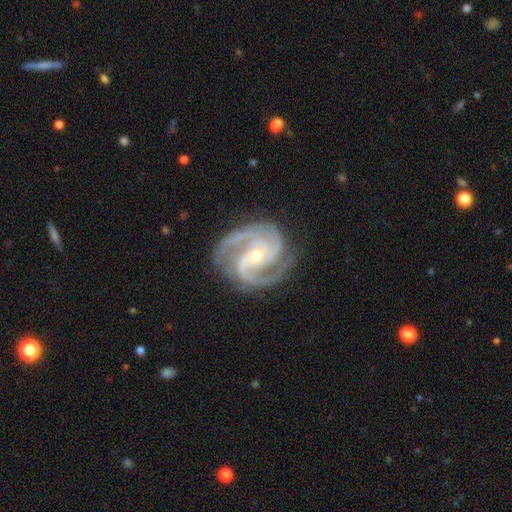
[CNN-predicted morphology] The model was most divided on "spiral winding": tight: 53%, medium: 43%, loose: 4%. Remaining: spiral arms — yes (99%); edge-on disk — no (98%); smooth or featured — featured or disk (94%); merging — none (79%); bulge size — small (60%); bar — no (53%); spiral arm count — 3 (50%).